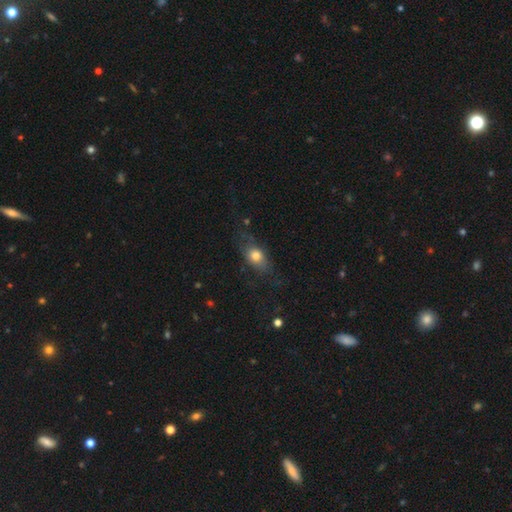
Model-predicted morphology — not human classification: This is likely a smooth galaxy (72%). How rounded: likely in between (70%). Merging: likely none (62%).